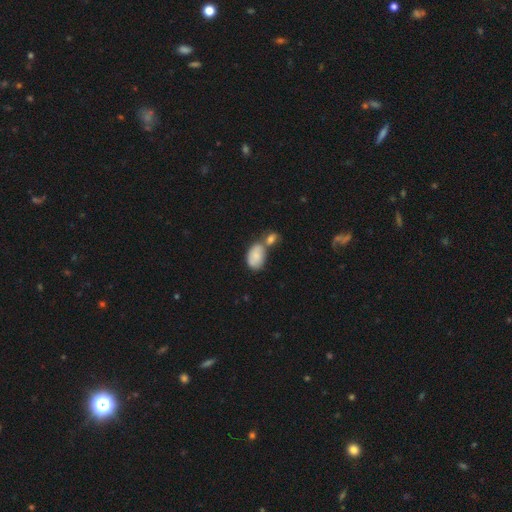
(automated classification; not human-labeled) This appears to be a smooth galaxy with no disk features (79%) that is in between round and cigar-shaped (90%). Merging: merger (53%).